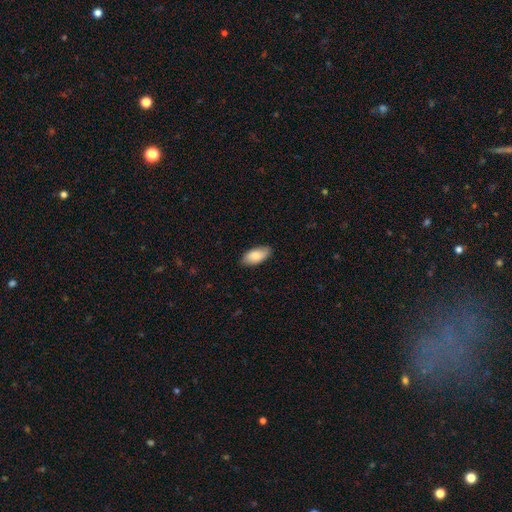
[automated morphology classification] Smooth or featured: smooth — 80% (featured or disk — 14%)
How rounded: in between — 93% (cigar-shaped — 5%)
Merging: none — 85% (minor disturbance — 12%)